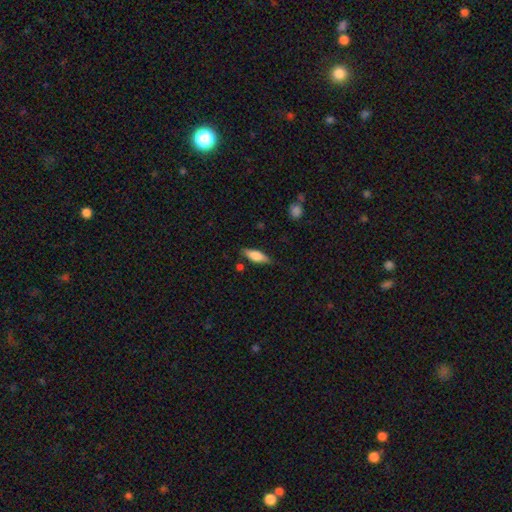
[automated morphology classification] smooth-or-featured: smooth: 67% | featured or disk: 26% | star or artifact: 6%
  how-rounded: in between: 59% | cigar-shaped: 39% | round: 2%
  merging: none: 78% | minor disturbance: 16% | major disturbance: 3% | merger: 3%